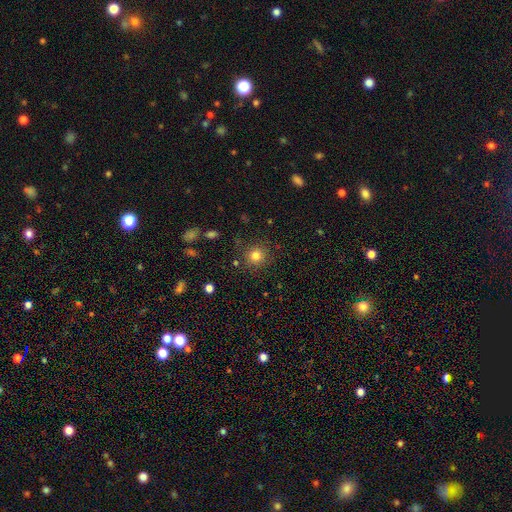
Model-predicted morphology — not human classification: smooth-or-featured: smooth: 80% | star or artifact: 13% | featured or disk: 7%
  how-rounded: round: 92% | in between: 7% | cigar-shaped: 1%
  merging: none: 87% | minor disturbance: 8% | major disturbance: 3% | merger: 2%